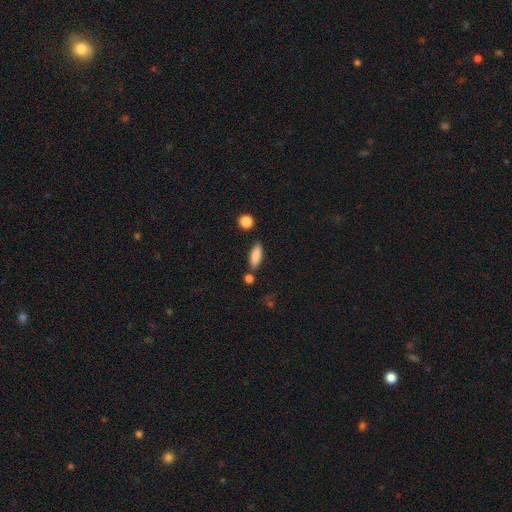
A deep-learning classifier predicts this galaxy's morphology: Smooth or featured?
  - smooth: 85% *
  - featured or disk: 8%
  - star or artifact: 7%
How rounded?
  - in between: 61% *
  - cigar-shaped: 36%
  - round: 3%
Merging?
  - none: 77% *
  - minor disturbance: 12%
  - merger: 7%
  - major disturbance: 3%